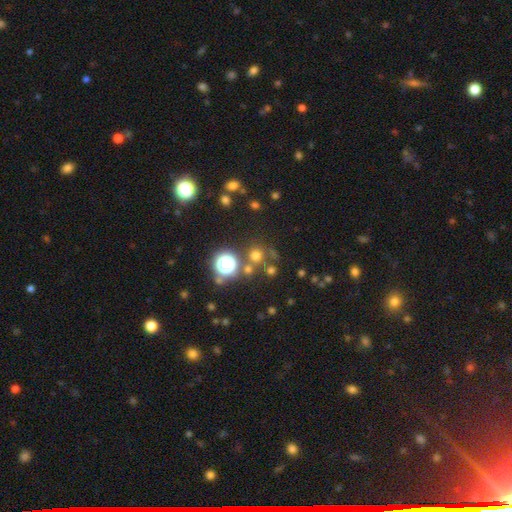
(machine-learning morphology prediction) smooth 61%, star or artifact 31%, featured or disk 8%. Down the decision tree: how rounded — round (93%); merging — none (74%).